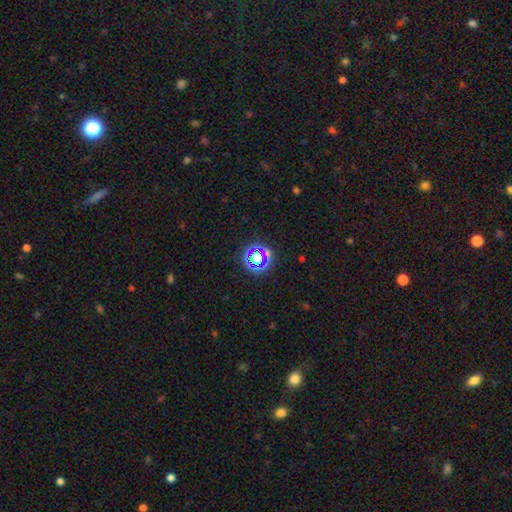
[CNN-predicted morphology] Smooth or featured: star or artifact — 58% (smooth — 30%)